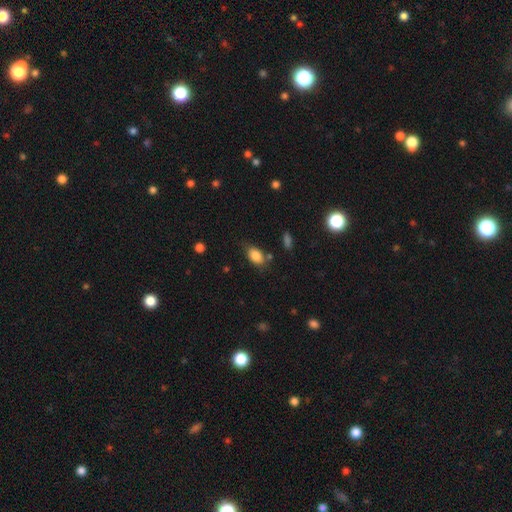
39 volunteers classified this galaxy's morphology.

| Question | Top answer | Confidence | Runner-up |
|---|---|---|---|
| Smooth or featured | smooth | 79% | featured or disk (13%) |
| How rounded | in between | 90% | cigar-shaped (6%) |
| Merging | none | 67% | minor disturbance (19%) |